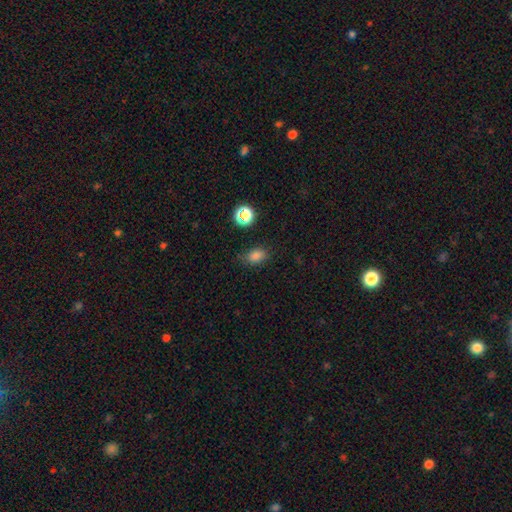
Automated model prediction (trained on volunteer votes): The model was most divided on "how rounded": in between: 77%, round: 22%, cigar-shaped: 2%. More confident: smooth or featured — smooth (80%); merging — none (75%).